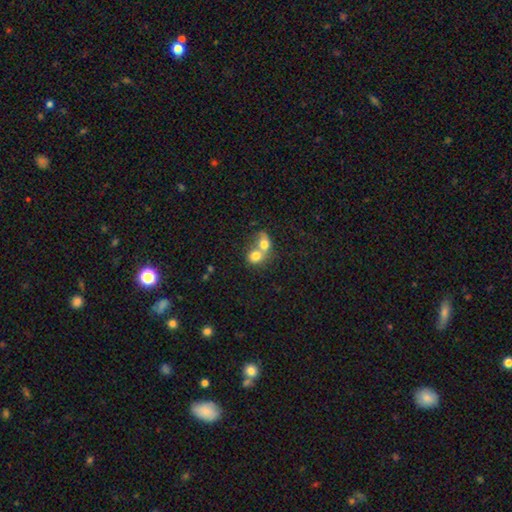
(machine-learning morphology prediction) This is likely a smooth galaxy (75%). How rounded: likely round (61%). Merging: likely merger (76%).